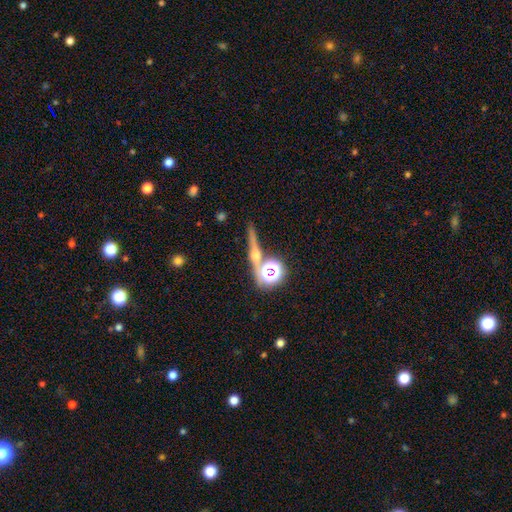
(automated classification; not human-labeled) featured or disk 46%, star or artifact 28%, smooth 26%. Down the decision tree: merging — none (77%).